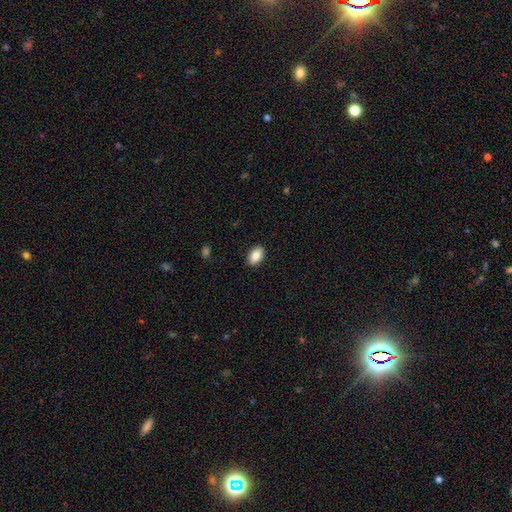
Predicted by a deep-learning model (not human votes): Smooth or featured?
  - smooth: 87% *
  - star or artifact: 7%
  - featured or disk: 6%
How rounded?
  - in between: 92% *
  - round: 6%
  - cigar-shaped: 2%
Merging?
  - none: 90% *
  - minor disturbance: 7%
  - major disturbance: 2%
  - merger: 1%